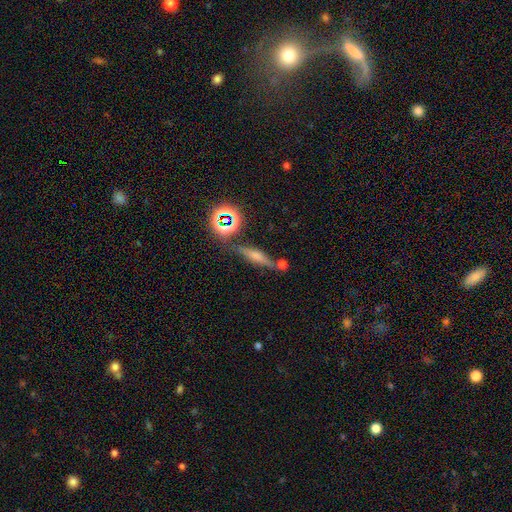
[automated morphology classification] A featured or disk galaxy (47%).

Vote fractions:
- Smooth or featured? featured or disk: 47% / smooth: 27% / star or artifact: 25%
- Merging? none: 75% / minor disturbance: 12% / merger: 10% / major disturbance: 4%